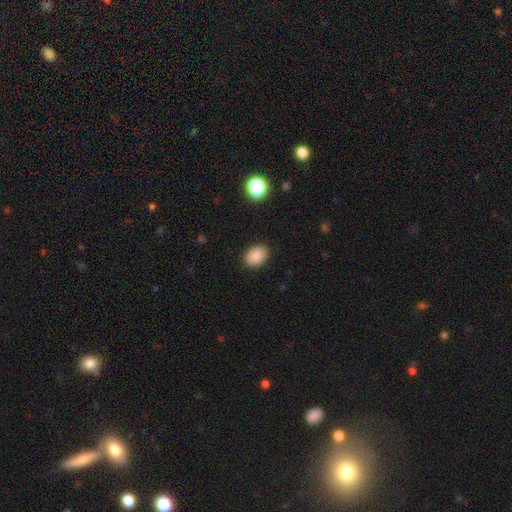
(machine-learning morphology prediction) Smooth or featured? smooth (87%)
How rounded? in between (76%)
Merging? none (88%)